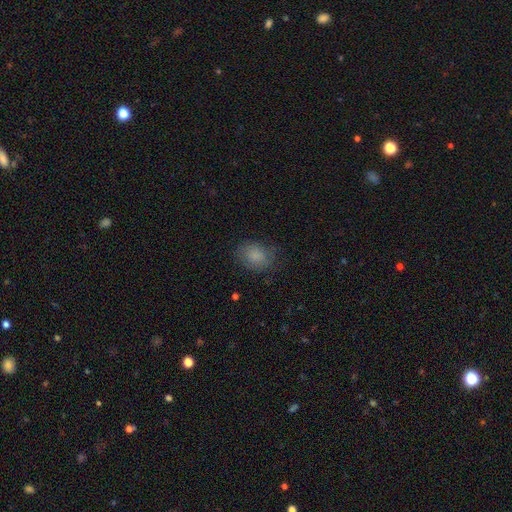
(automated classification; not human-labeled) This is clearly a smooth galaxy (83%). How rounded: possibly in between (60%). Merging: likely none (76%).